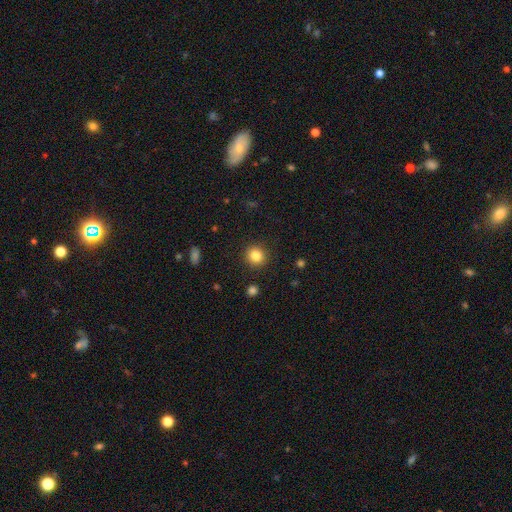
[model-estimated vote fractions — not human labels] smooth-or-featured: smooth: 84% | star or artifact: 11% | featured or disk: 5%
  how-rounded: round: 89% | in between: 10% | cigar-shaped: 1%
  merging: none: 91% | minor disturbance: 6% | major disturbance: 2% | merger: 1%